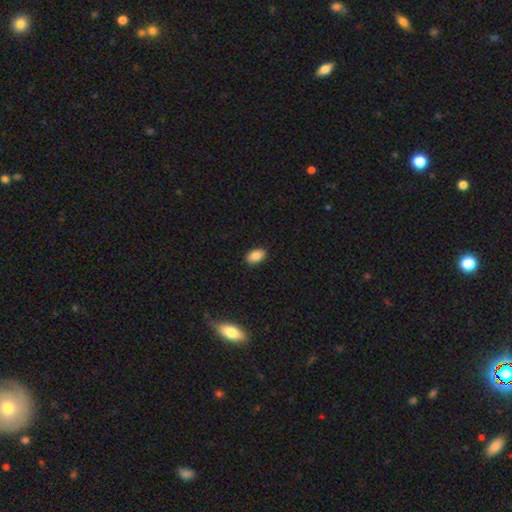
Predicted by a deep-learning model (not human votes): This is clearly a smooth galaxy (86%). How rounded: clearly in between (90%). Merging: clearly none (89%).